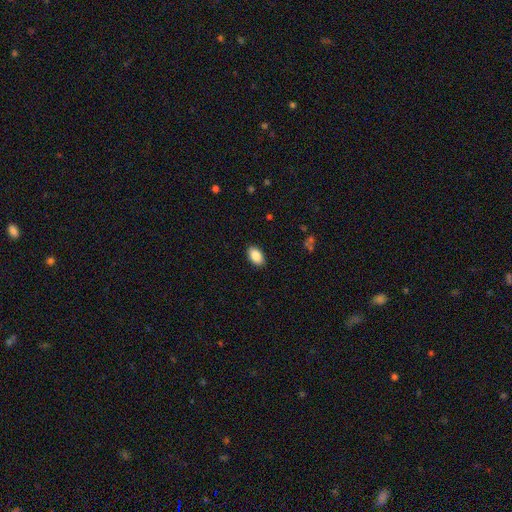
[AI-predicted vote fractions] The model was most divided on "smooth or featured": smooth: 88%, star or artifact: 7%, featured or disk: 5%. More confident: how rounded — in between (93%); merging — none (89%).